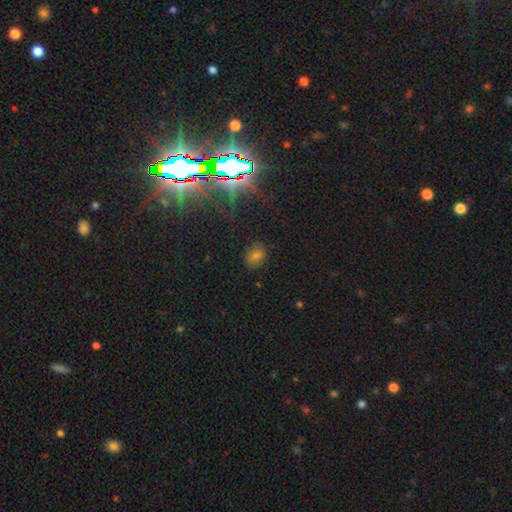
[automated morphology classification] Overall: smooth (52%; star or artifact 37%). How rounded: in between (51%; round 47%). Merging: none (83%).